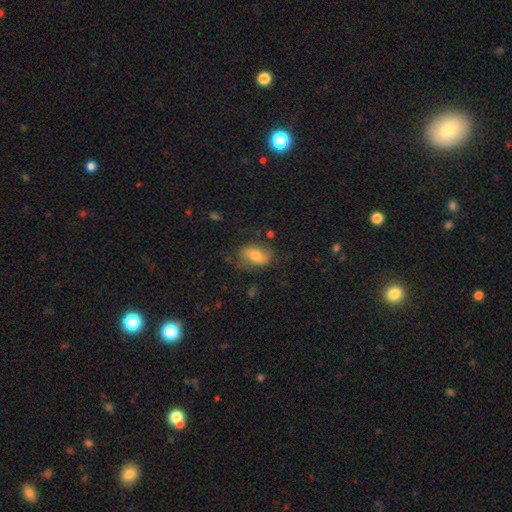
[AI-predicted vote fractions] smooth 62%, featured or disk 30%, star or artifact 9%. Down the decision tree: how rounded — in between (86%); merging — none (68%).